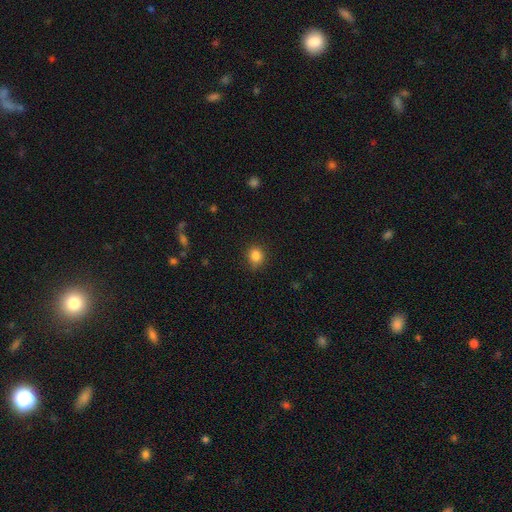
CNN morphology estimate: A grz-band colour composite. It shows a smooth galaxy with no disk features (85%) that is round (77%). Merging: none (82%).